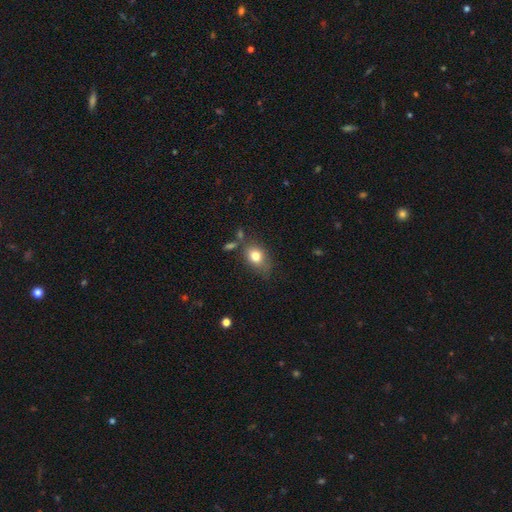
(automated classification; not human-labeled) smooth 78%, featured or disk 12%, star or artifact 10%. Down the decision tree: how rounded — in between (67%); merging — none (61%).